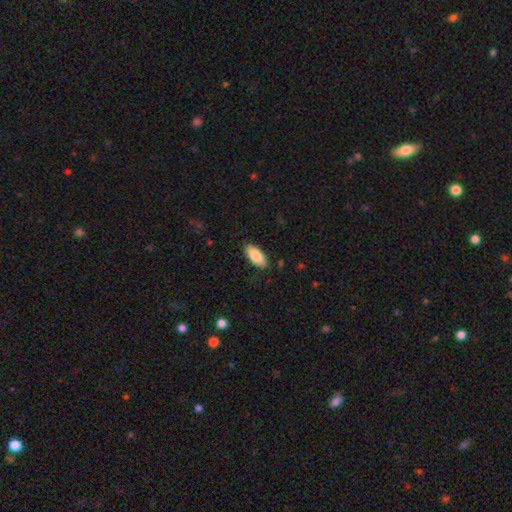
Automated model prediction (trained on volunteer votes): This appears to be a smooth galaxy with no disk features (88%) that is in between round and cigar-shaped (88%). Merging: none (85%).